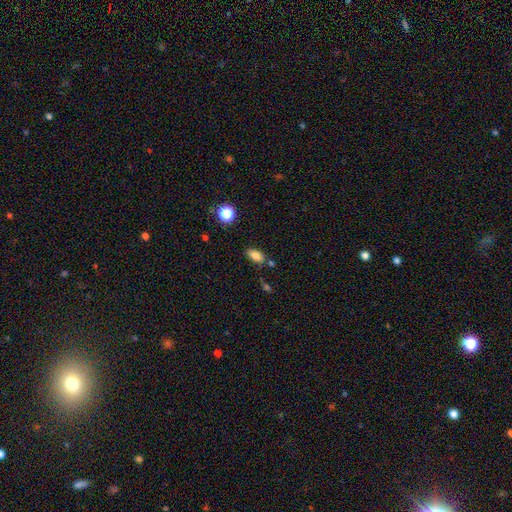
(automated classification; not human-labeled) This appears to be a smooth galaxy with no disk features (82%) that is in between round and cigar-shaped (87%). Merging: none (73%).